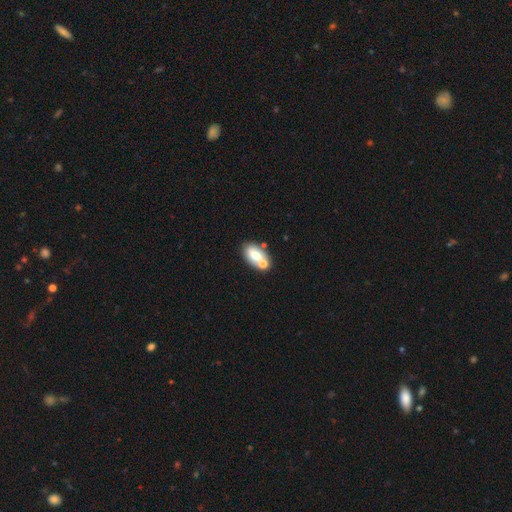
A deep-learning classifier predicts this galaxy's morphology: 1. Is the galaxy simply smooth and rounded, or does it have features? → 65% smooth, 27% featured or disk, 9% star or artifact.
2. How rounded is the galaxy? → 88% in between, 10% round, 2% cigar-shaped.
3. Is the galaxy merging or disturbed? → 54% none, 30% merger, 12% minor disturbance, 4% major disturbance.